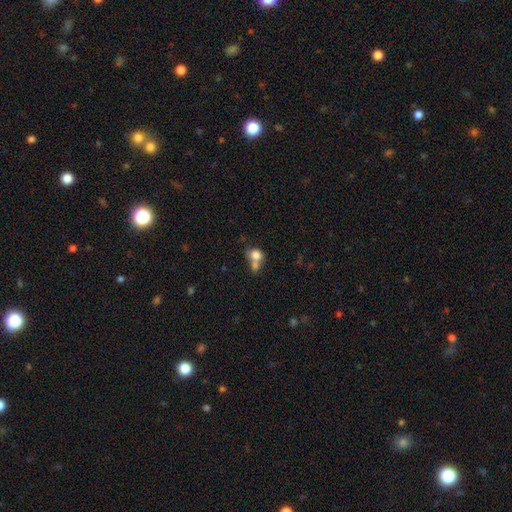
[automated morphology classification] Smooth or featured? smooth (76%)
How rounded? round (59%)
Merging? merger (58%)